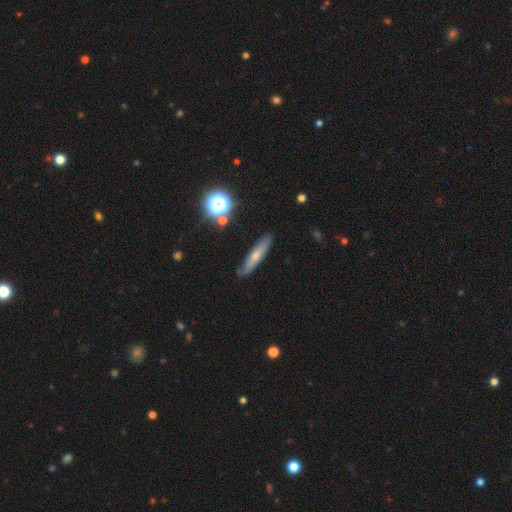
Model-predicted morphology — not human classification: Smooth or featured?
  - smooth: 52% *
  - featured or disk: 38%
  - star or artifact: 9%
How rounded?
  - cigar-shaped: 84% *
  - in between: 12%
  - round: 3%
Merging?
  - none: 84% *
  - minor disturbance: 12%
  - major disturbance: 2%
  - merger: 2%